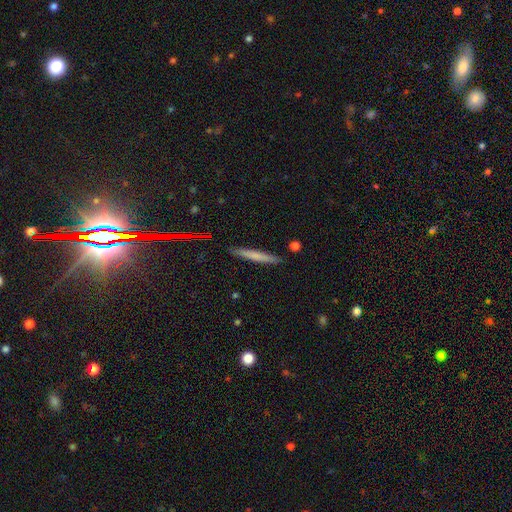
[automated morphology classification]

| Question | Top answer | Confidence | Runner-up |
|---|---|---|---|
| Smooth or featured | smooth | 66% | featured or disk (26%) |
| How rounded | cigar-shaped | 96% | in between (3%) |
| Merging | none | 89% | minor disturbance (8%) |